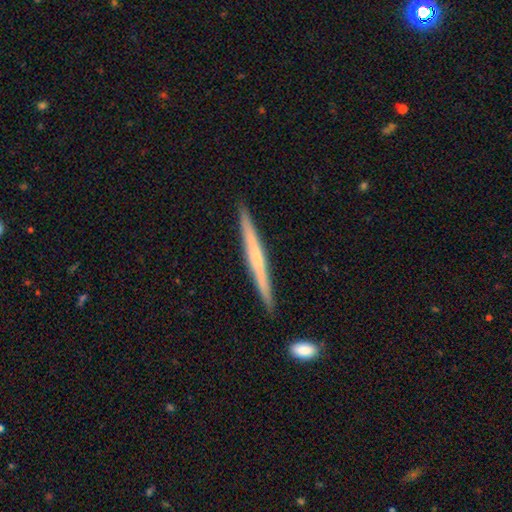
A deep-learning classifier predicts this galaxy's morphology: This is possibly a featured or disk galaxy (55%). It is clearly viewed edge-on (97%). Edge-on bulge: likely none (74%). Merging: clearly none (91%).